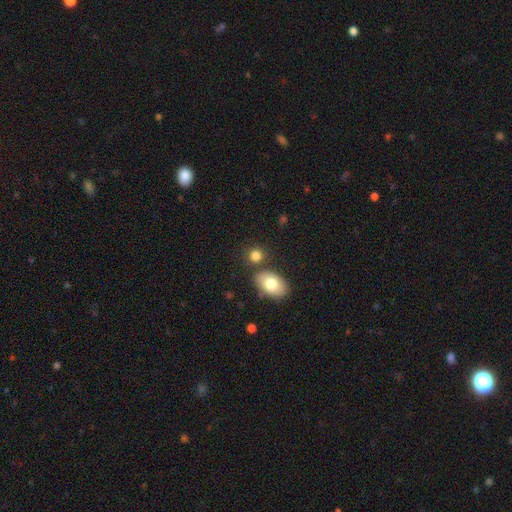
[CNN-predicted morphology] Overall: smooth (82%). How rounded: round (60%; in between 39%). Merging: none (69%).